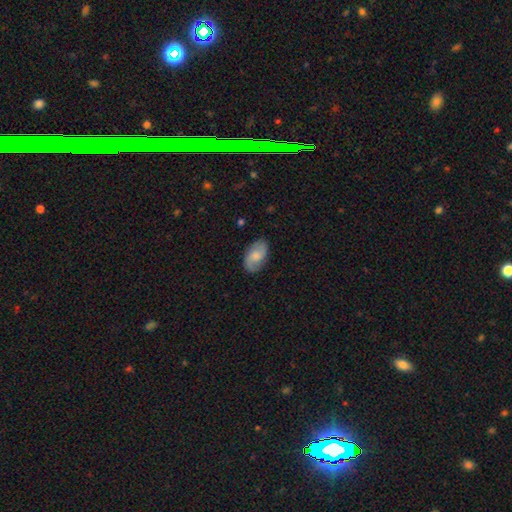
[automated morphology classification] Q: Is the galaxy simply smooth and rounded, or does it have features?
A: smooth — 53%.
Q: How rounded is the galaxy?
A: in between — 93%.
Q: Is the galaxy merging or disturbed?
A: none — 82%.